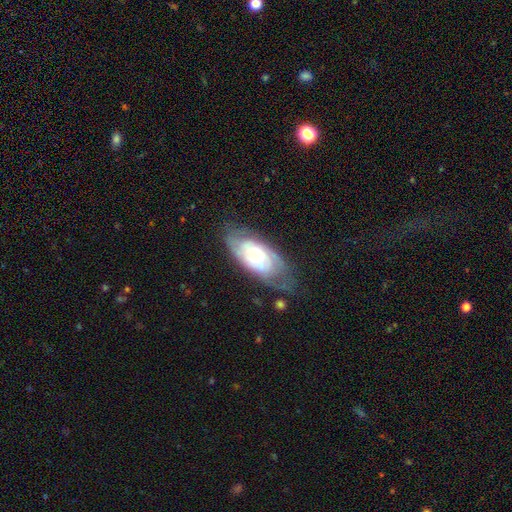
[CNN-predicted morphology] The model was most divided on "bulge size": small: 46%, moderate: 28%, large: 16%, none: 6%, dominant: 4%. More confident: edge-on disk — no (92%); spiral arms — yes (82%); bar — no (71%); smooth or featured — featured or disk (64%); merging — none (56%).